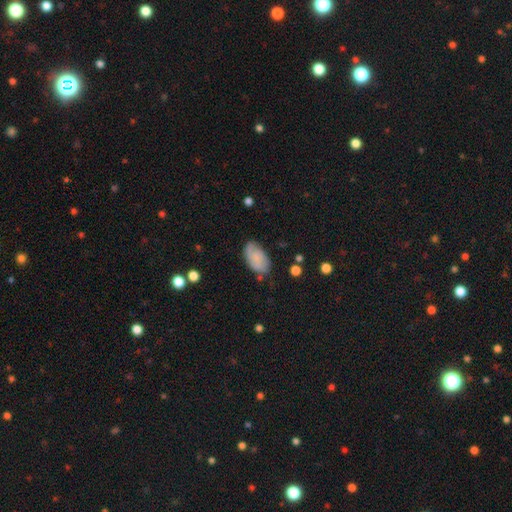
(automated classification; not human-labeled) A smooth galaxy with no disk features (63%) that is in between round and cigar-shaped (93%).

Vote fractions:
- Smooth or featured? smooth: 63% / featured or disk: 29% / star or artifact: 8%
- How rounded? in between: 93% / round: 5% / cigar-shaped: 2%
- Merging? none: 65% / minor disturbance: 25% / major disturbance: 7% / merger: 3%